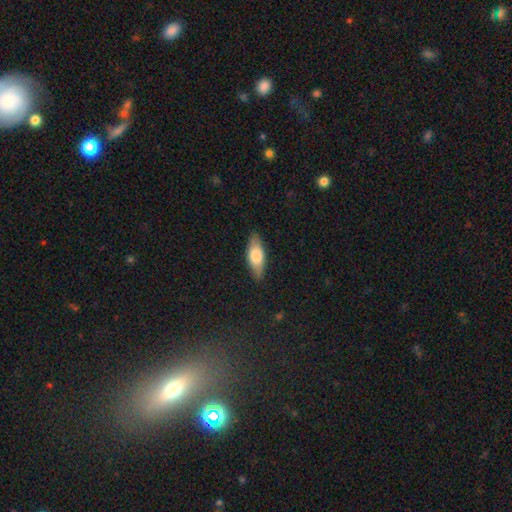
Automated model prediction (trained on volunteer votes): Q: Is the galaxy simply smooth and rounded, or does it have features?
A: smooth — 69%.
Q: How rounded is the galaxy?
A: in between — 70%.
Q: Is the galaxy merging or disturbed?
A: none — 86%.